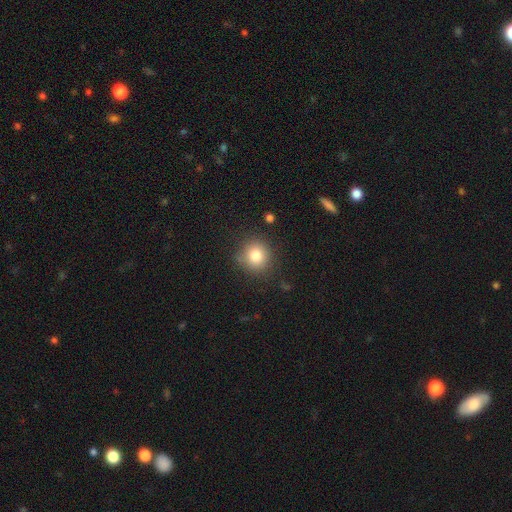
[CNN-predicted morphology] Smooth or featured: smooth — 81% (star or artifact — 11%)
How rounded: round — 88% (in between — 11%)
Merging: none — 83% (minor disturbance — 12%)